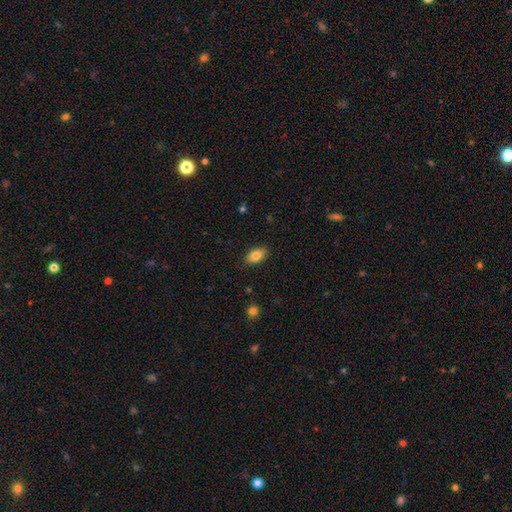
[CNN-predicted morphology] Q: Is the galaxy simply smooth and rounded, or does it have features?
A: smooth — 84%.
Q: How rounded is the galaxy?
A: in between — 91%.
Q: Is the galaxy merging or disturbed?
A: none — 87%.